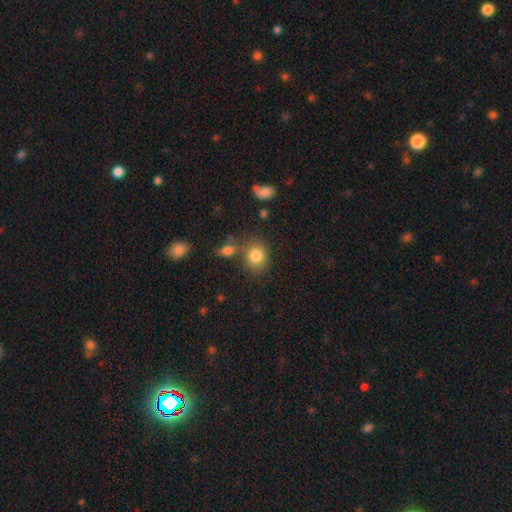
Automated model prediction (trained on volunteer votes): smooth_or_featured: smooth (p=0.82) [alt: star or artifact p=0.10]
how_rounded: round (p=0.60) [alt: in between p=0.38]
merging: none (p=0.65) [alt: merger p=0.16]